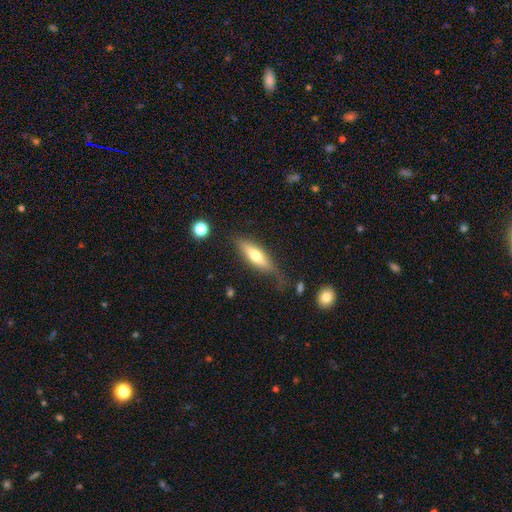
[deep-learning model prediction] Smooth or featured: smooth — 59% (featured or disk — 34%)
How rounded: cigar-shaped — 51% (in between — 46%)
Merging: none — 62% (minor disturbance — 25%)